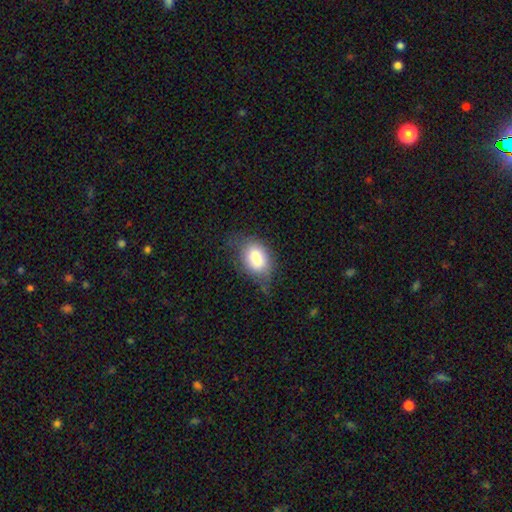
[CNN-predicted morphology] smooth_or_featured: smooth (p=0.76) [alt: featured or disk p=0.16]
how_rounded: in between (p=0.76) [alt: round p=0.23]
merging: none (p=0.47) [alt: minor disturbance p=0.35]